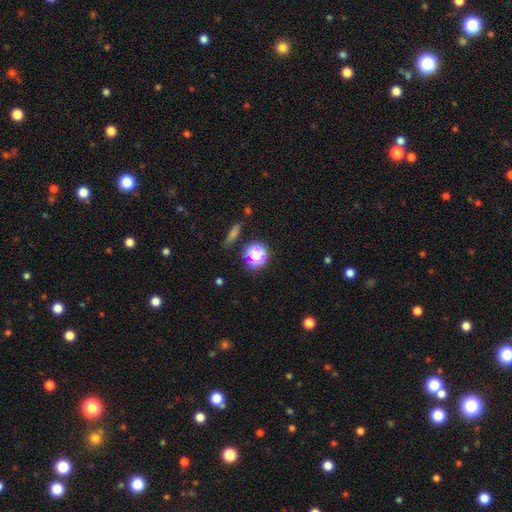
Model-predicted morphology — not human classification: smooth_or_featured: smooth (p=0.49) [alt: star or artifact p=0.42]
merging: none (p=0.77) [alt: minor disturbance p=0.11]